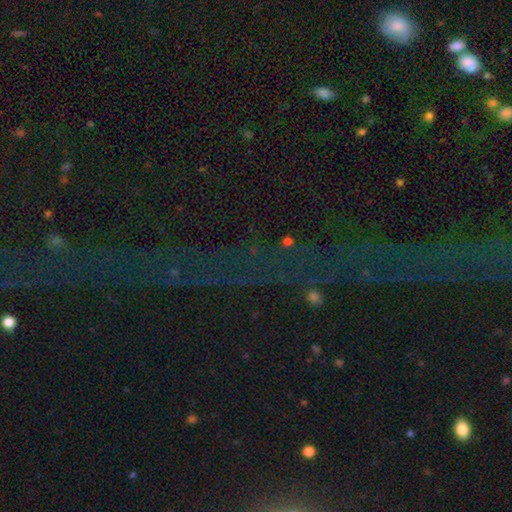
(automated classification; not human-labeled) This is likely a star or artifact rather than a galaxy (72%).